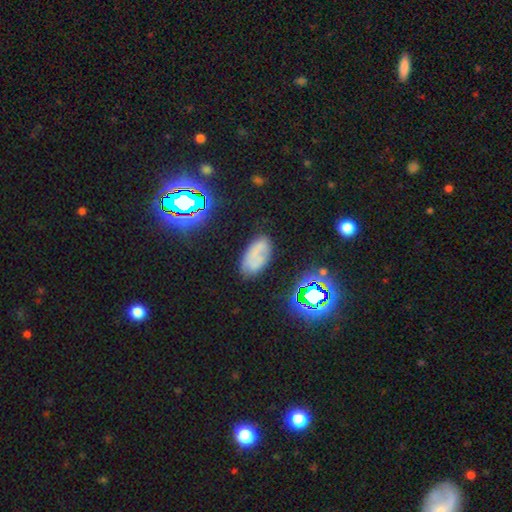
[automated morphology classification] type=smooth (54%); roundness=in between (93%); merging=none (66%).